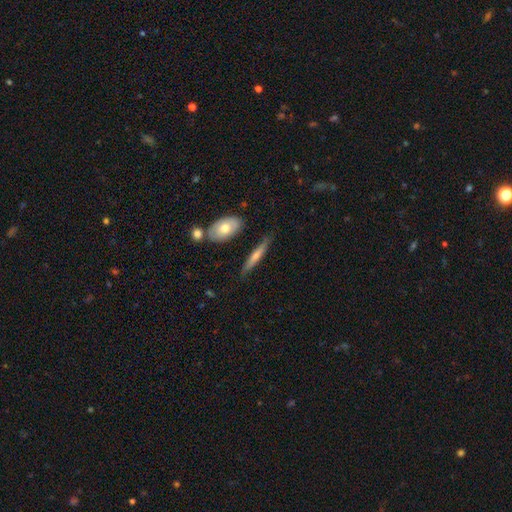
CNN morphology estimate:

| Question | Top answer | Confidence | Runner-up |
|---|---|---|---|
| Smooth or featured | featured or disk | 47% | smooth (46%) |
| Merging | none | 78% | minor disturbance (15%) |